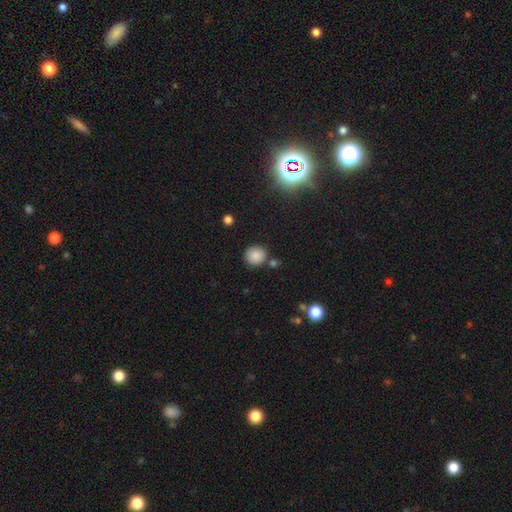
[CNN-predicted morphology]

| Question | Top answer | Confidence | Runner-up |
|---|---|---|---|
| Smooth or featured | smooth | 85% | star or artifact (10%) |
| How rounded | round | 89% | in between (10%) |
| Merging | none | 78% | minor disturbance (10%) |